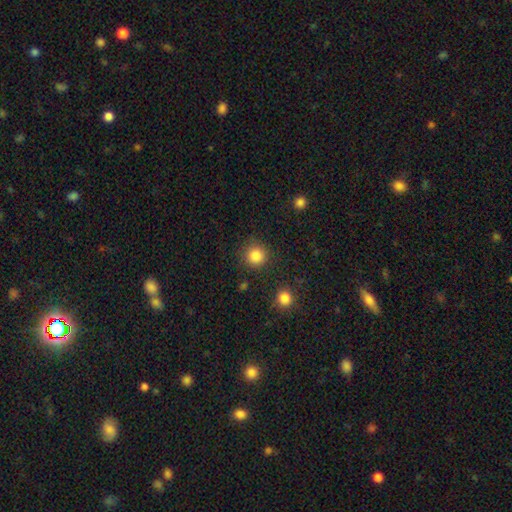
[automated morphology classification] This appears to be a smooth galaxy with no disk features (86%) that is round (93%). Merging: none (86%).